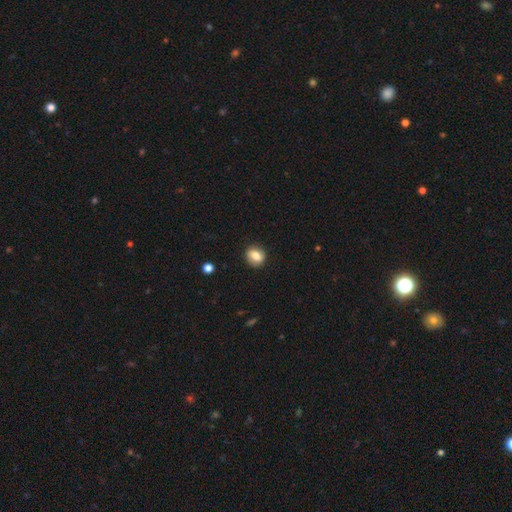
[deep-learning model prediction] smooth_or_featured: smooth (p=0.72) [alt: featured or disk p=0.19]
how_rounded: round (p=0.59) [alt: in between p=0.39]
merging: none (p=0.85) [alt: minor disturbance p=0.11]